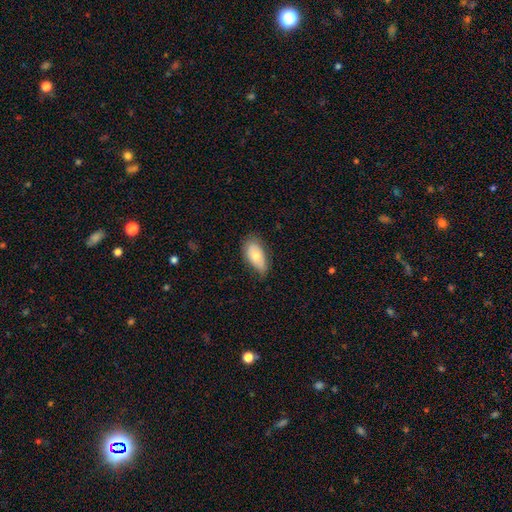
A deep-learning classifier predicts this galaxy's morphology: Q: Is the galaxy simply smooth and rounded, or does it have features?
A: smooth — 71%.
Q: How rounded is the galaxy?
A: in between — 92%.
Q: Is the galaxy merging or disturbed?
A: none — 67%.